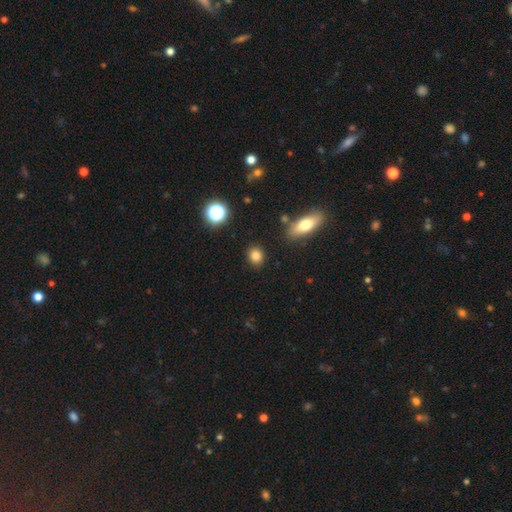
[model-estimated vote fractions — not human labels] smooth-or-featured: smooth: 82% | star or artifact: 12% | featured or disk: 6%
  how-rounded: round: 64% | in between: 34% | cigar-shaped: 2%
  merging: none: 88% | minor disturbance: 8% | major disturbance: 2% | merger: 2%